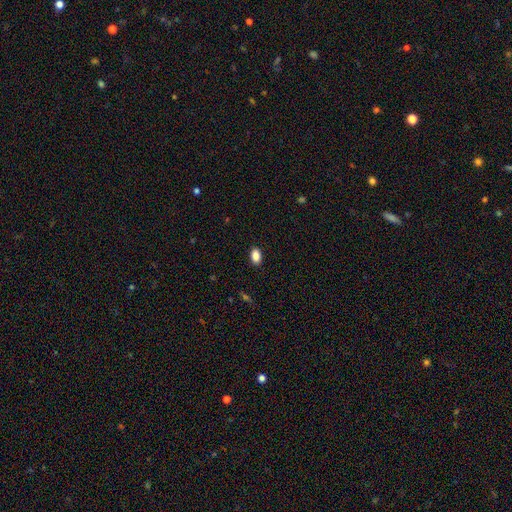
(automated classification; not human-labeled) smooth-or-featured: smooth: 87% | star or artifact: 9% | featured or disk: 4%
  how-rounded: in between: 89% | round: 9% | cigar-shaped: 2%
  merging: none: 89% | minor disturbance: 8% | major disturbance: 2% | merger: 1%